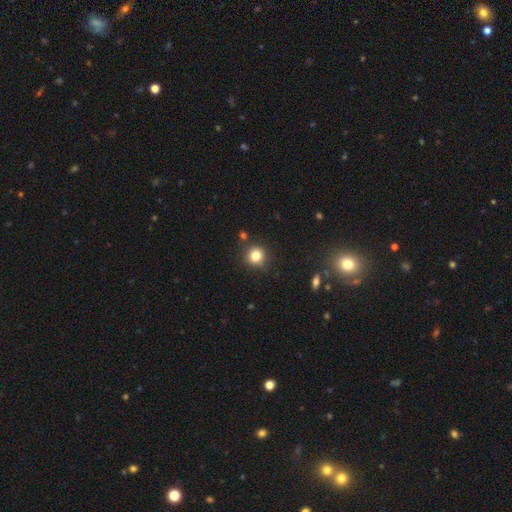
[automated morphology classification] The model was most divided on "merging": none: 80%, minor disturbance: 12%, merger: 5%, major disturbance: 3%. More confident: how rounded — round (90%); smooth or featured — smooth (81%).